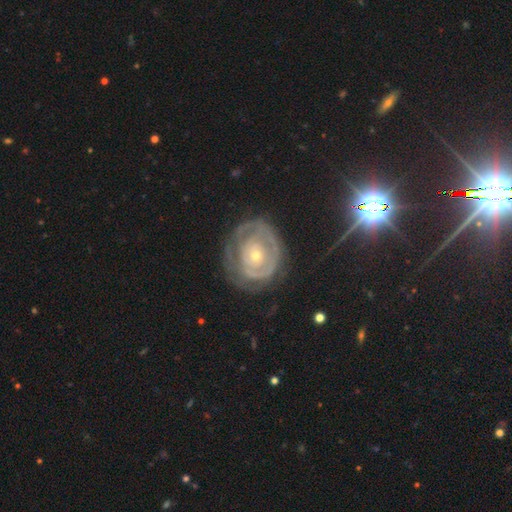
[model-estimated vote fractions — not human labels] Smooth or featured?
  - featured or disk: 75% *
  - smooth: 18%
  - star or artifact: 7%
Edge-on disk?
  - no: 96% *
  - yes: 4%
Bar?
  - no: 84% *
  - weak: 12%
  - strong: 4%
Spiral arms?
  - yes: 64% *
  - no: 36%
Bulge size?
  - small: 64% *
  - moderate: 32%
  - large: 2%
  - none: 1%
  - dominant: 1%
Merging?
  - none: 61% *
  - minor disturbance: 23%
  - major disturbance: 15%
  - merger: 2%